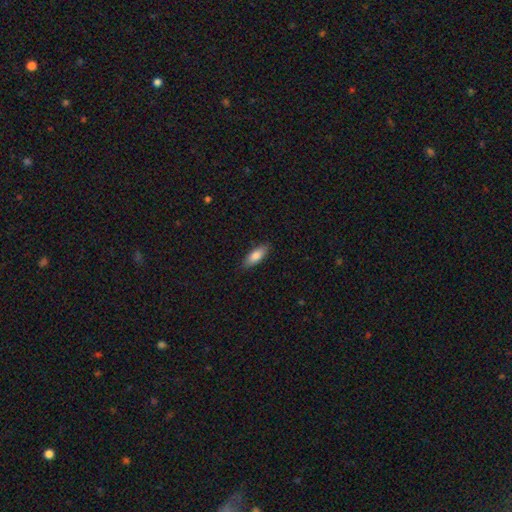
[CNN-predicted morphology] The model was most divided on "how rounded": in between: 72%, cigar-shaped: 27%, round: 2%. More confident: merging — none (86%); smooth or featured — smooth (82%).